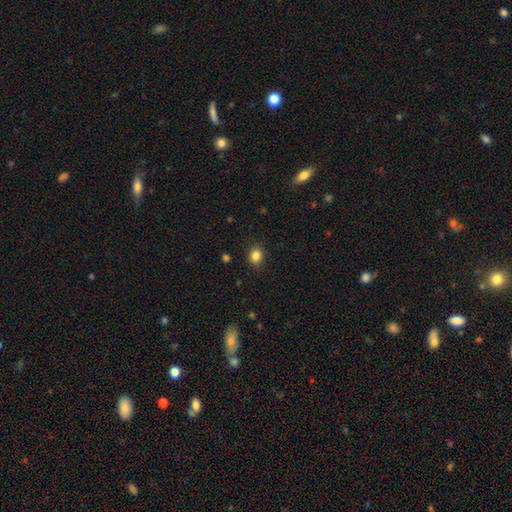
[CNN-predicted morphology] Smooth or featured: smooth — 84% (star or artifact — 11%)
How rounded: round — 64% (in between — 35%)
Merging: none — 89% (minor disturbance — 8%)